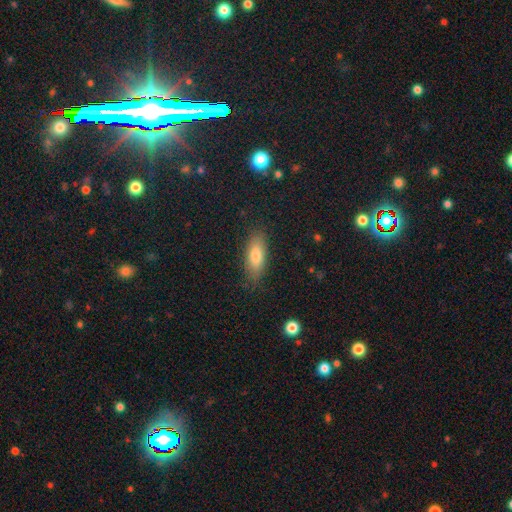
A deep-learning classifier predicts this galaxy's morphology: This appears to be a smooth galaxy with no disk features (76%) that is in between round and cigar-shaped (68%). Merging: none (84%).